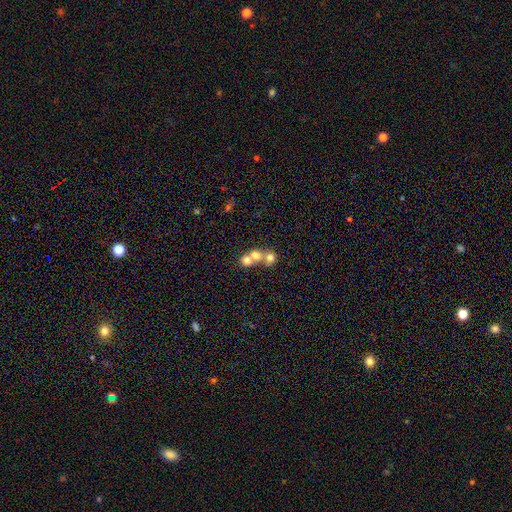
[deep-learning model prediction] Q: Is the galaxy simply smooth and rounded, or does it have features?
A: smooth — 67%.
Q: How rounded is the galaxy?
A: round — 78%.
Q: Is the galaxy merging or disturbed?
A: merger — 65%.